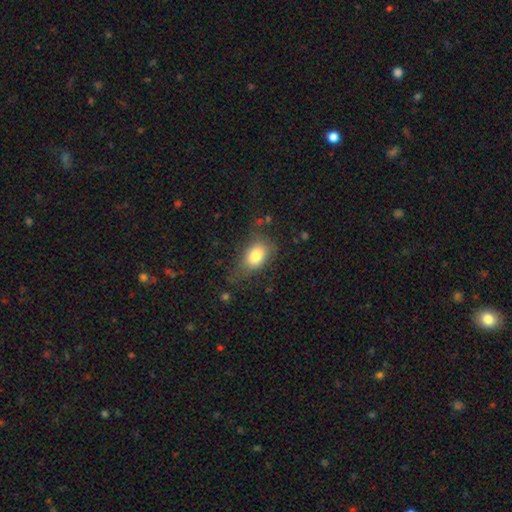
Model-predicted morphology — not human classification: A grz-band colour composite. It shows a smooth galaxy with no disk features (78%) that is in between round and cigar-shaped (75%). Merging: none (56%).